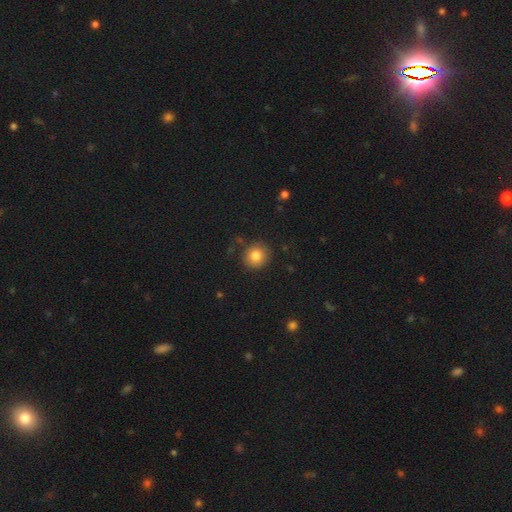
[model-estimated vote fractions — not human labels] Smooth or featured? Predicted: smooth (p=0.82). How rounded? Predicted: round (p=0.90). Merging? Predicted: none (p=0.87).